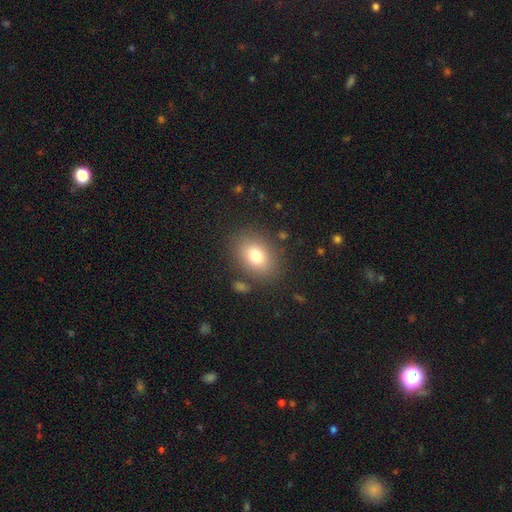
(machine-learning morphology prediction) This is likely a smooth galaxy (77%). How rounded: likely in between (67%). Merging: clearly none (82%).